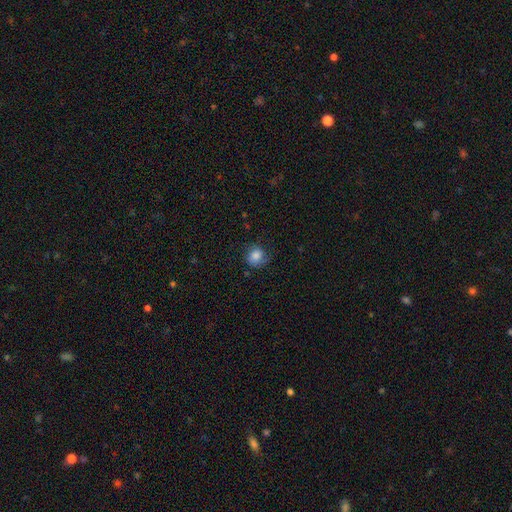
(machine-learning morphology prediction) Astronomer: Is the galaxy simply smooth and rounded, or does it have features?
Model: smooth — 80%.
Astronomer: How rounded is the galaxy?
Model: round — 77%.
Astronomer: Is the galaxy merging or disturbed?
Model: none — 64%.